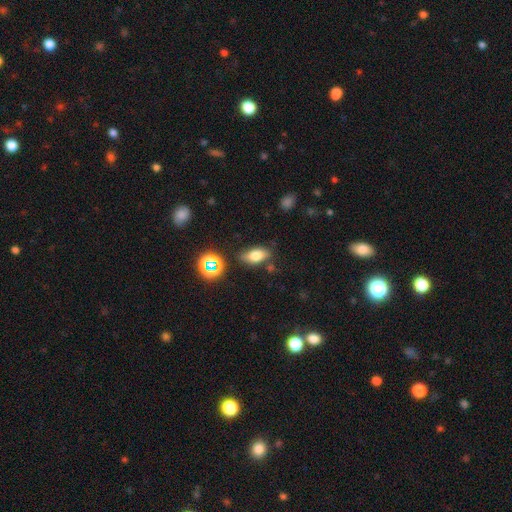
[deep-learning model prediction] Morphology: type=smooth (70%); roundness=in between (82%); merging=none (78%).